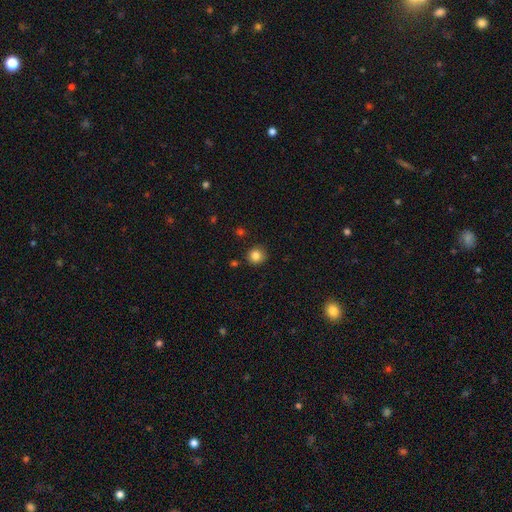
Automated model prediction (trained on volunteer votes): The model was most divided on "smooth or featured": smooth: 84%, star or artifact: 11%, featured or disk: 5%. More confident: how rounded — round (91%); merging — none (88%).